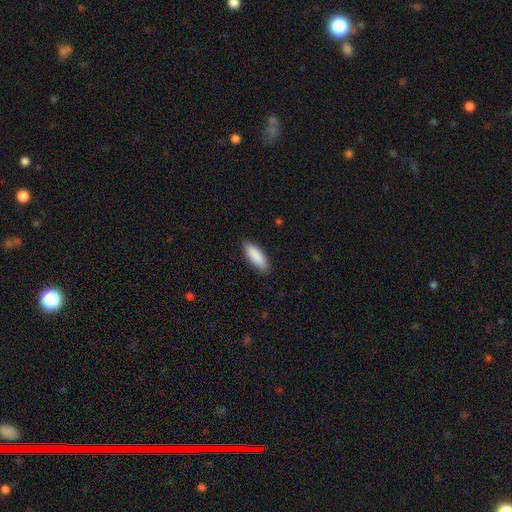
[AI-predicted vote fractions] Smooth or featured? smooth (90%)
How rounded? in between (71%)
Merging? none (87%)